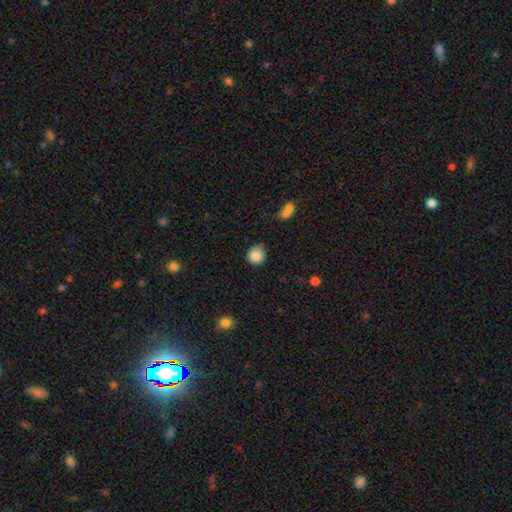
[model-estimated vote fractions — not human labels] smooth 87%, star or artifact 9%, featured or disk 4%. Down the decision tree: how rounded — round (87%); merging — none (74%).